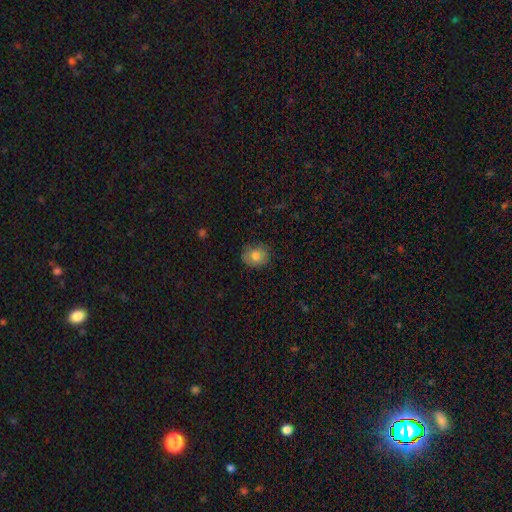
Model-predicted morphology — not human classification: Smooth or featured?
  - smooth: 78% *
  - featured or disk: 13%
  - star or artifact: 10%
How rounded?
  - round: 69% *
  - in between: 30%
  - cigar-shaped: 1%
Merging?
  - none: 80% *
  - minor disturbance: 15%
  - major disturbance: 3%
  - merger: 1%